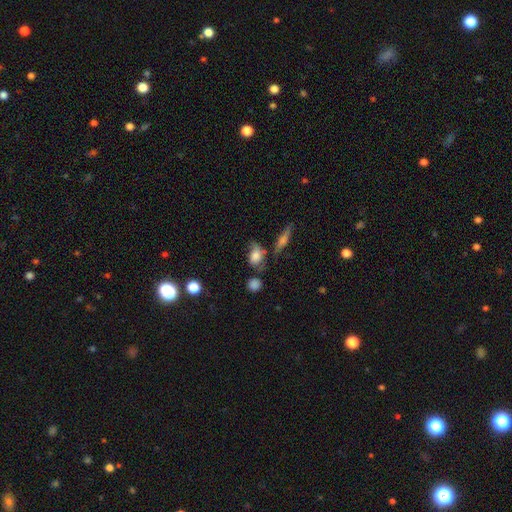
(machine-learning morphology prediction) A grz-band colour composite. It shows a smooth galaxy with no disk features (67%) that is in between round and cigar-shaped (71%). Merging: none (42%).